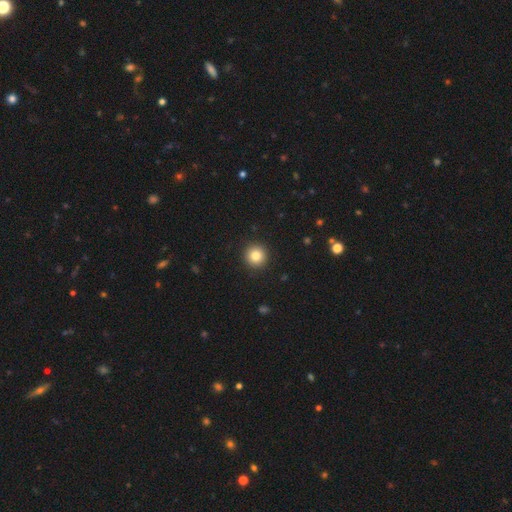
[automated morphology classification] Overall: smooth (83%). How rounded: round (96%). Merging: none (93%).